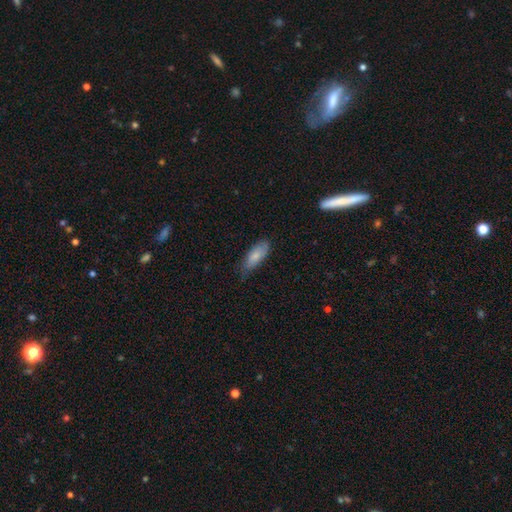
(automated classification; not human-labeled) This appears to be a smooth galaxy with no disk features (79%) that is in between round and cigar-shaped (79%). Merging: none (60%).